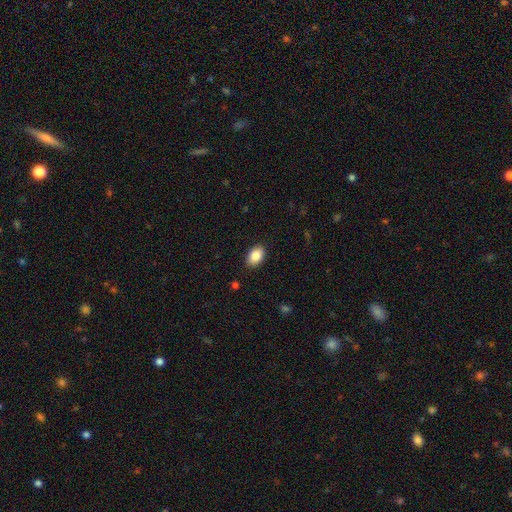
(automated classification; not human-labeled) This appears to be a smooth galaxy with no disk features (87%) that is in between round and cigar-shaped (88%). Merging: none (88%).